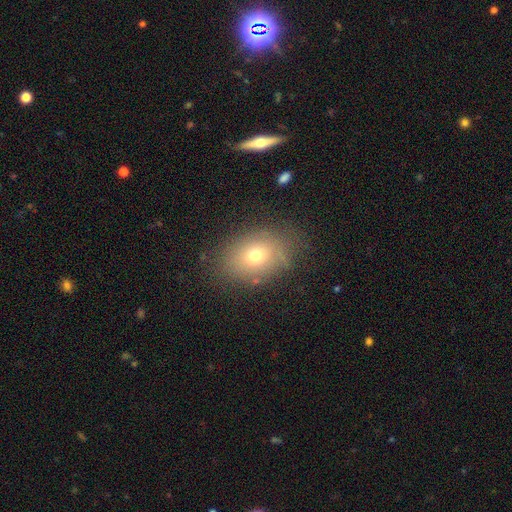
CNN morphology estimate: This is likely a smooth galaxy (68%). How rounded: likely in between (70%). Merging: likely none (77%).